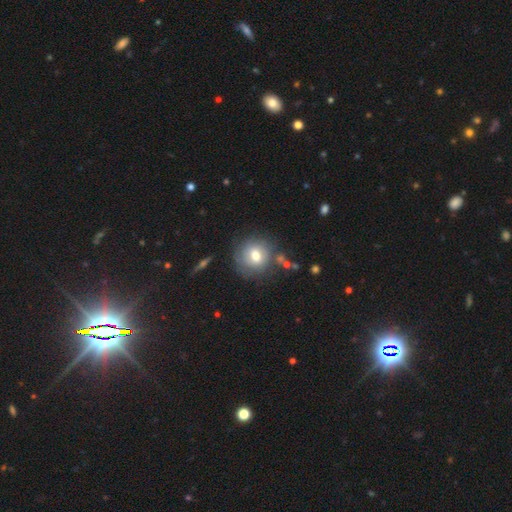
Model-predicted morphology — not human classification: Smooth or featured? Predicted: smooth (p=0.68). How rounded? Predicted: round (p=0.87). Merging? Predicted: none (p=0.75).